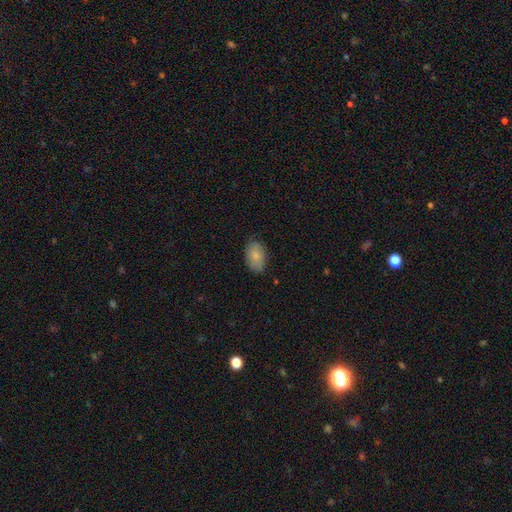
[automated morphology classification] smooth 82%, featured or disk 11%, star or artifact 7%. Down the decision tree: how rounded — in between (91%); merging — none (78%).